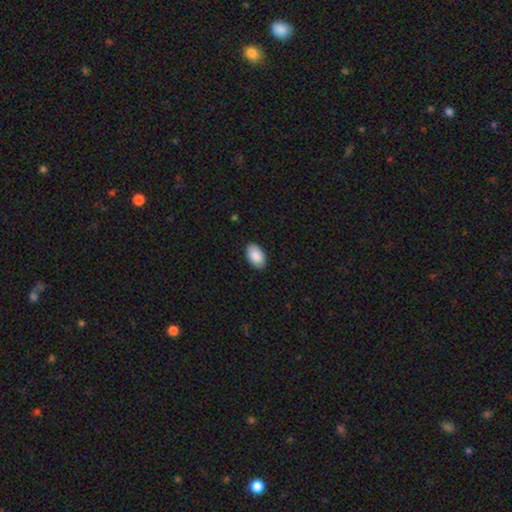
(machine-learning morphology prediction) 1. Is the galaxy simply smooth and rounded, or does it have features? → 90% smooth, 6% star or artifact, 4% featured or disk.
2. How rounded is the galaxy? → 94% in between, 5% round, 1% cigar-shaped.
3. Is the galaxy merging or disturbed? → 88% none, 9% minor disturbance, 2% major disturbance, 1% merger.